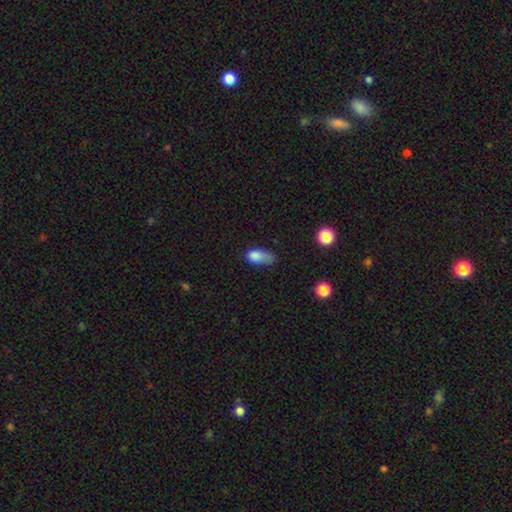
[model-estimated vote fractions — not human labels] This is clearly a smooth galaxy (80%). How rounded: clearly in between (85%). Merging: marginally minor disturbance (42%).